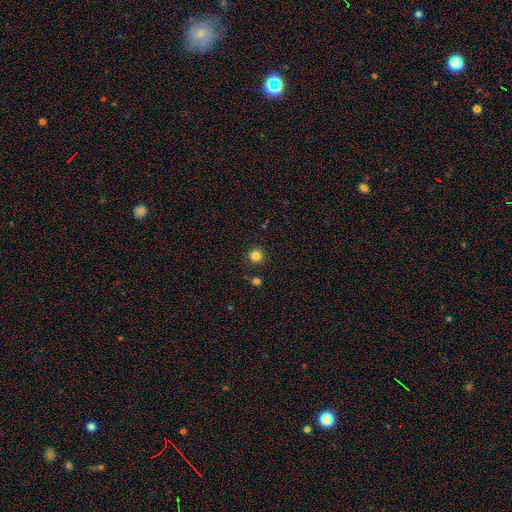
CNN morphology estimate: Smooth or featured?
  - smooth: 83% *
  - star or artifact: 12%
  - featured or disk: 4%
How rounded?
  - round: 95% *
  - in between: 4%
  - cigar-shaped: 1%
Merging?
  - none: 90% *
  - minor disturbance: 6%
  - merger: 3%
  - major disturbance: 2%